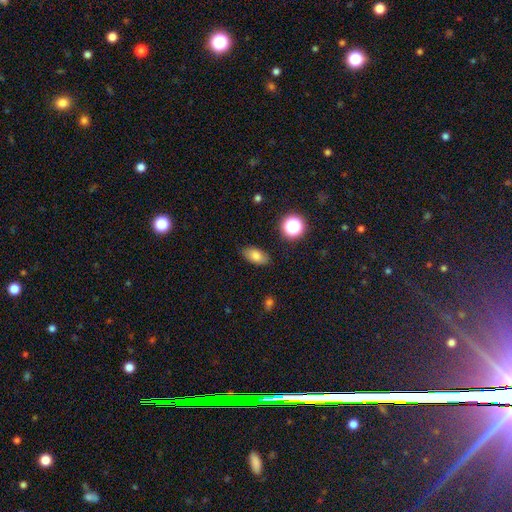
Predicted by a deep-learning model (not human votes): Smooth or featured?
  - smooth: 78% *
  - featured or disk: 11%
  - star or artifact: 11%
How rounded?
  - in between: 88% *
  - round: 8%
  - cigar-shaped: 4%
Merging?
  - none: 85% *
  - minor disturbance: 11%
  - major disturbance: 3%
  - merger: 2%